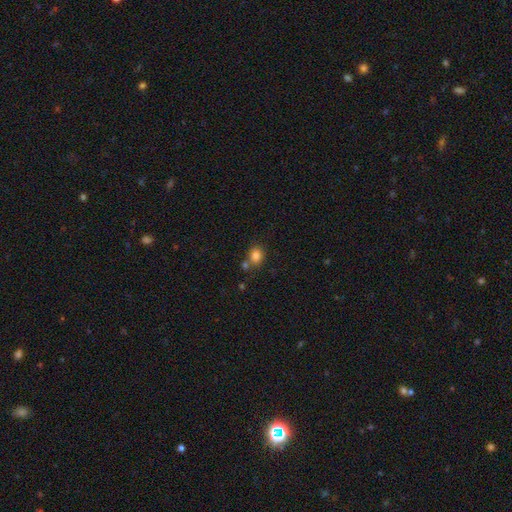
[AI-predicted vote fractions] Smooth or featured? Predicted: smooth (p=0.83). How rounded? Predicted: round (p=0.55). Merging? Predicted: none (p=0.64).